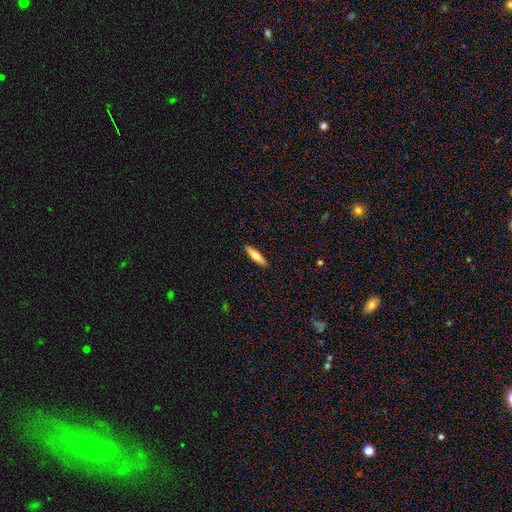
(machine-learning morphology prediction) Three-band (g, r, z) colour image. It shows a smooth galaxy with no disk features (72%) that is cigar-shaped (73%). Merging: none (90%).